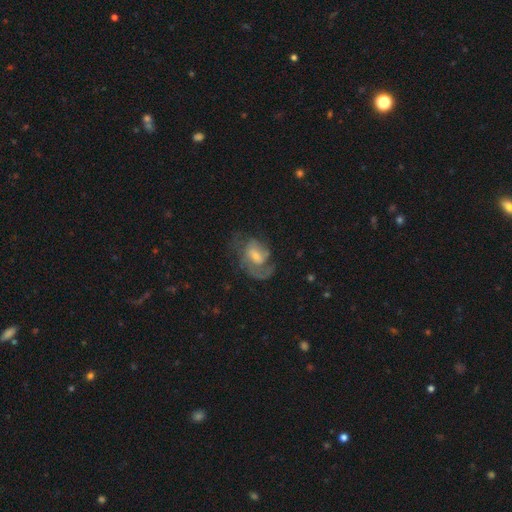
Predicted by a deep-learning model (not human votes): This is likely a featured or disk galaxy (75%). It is clearly not viewed edge-on (97%). Bar: possibly weak (47%). Spiral arm pattern: clearly yes (89%). Spiral arm count: marginally 2 (42%). Spiral winding: marginally medium (45%). Central bulge: marginally small (45%). Merging: possibly none (55%).